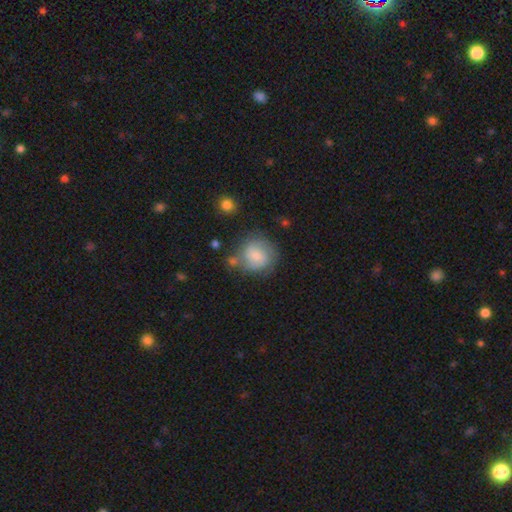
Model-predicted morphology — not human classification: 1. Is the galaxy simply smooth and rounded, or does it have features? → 63% smooth, 29% featured or disk, 8% star or artifact.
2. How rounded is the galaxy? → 83% round, 16% in between, 1% cigar-shaped.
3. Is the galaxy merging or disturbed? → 60% none, 22% minor disturbance, 10% major disturbance, 8% merger.